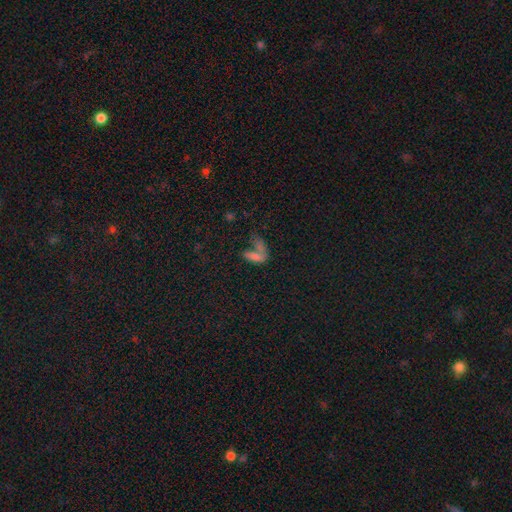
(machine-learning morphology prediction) Smooth or featured: smooth — 66% (star or artifact — 19%)
How rounded: in between — 68% (cigar-shaped — 25%)
Merging: merger — 48% (none — 27%)